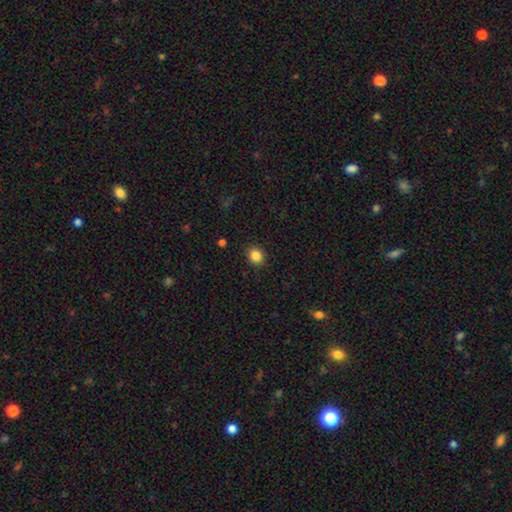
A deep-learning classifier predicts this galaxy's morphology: This is clearly a smooth galaxy (85%). How rounded: likely round (69%). Merging: clearly none (89%).